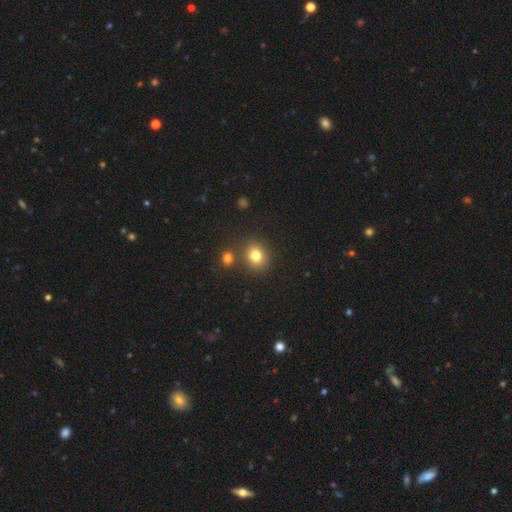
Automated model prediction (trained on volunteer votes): Smooth or featured? smooth (78%)
How rounded? round (76%)
Merging? none (78%)